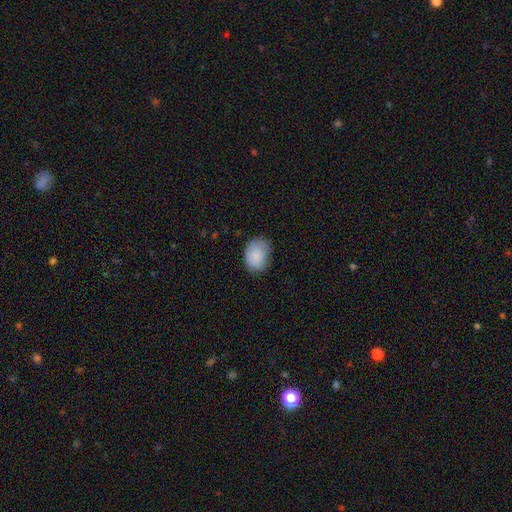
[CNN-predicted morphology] The model was most divided on "how rounded": in between: 63%, round: 36%, cigar-shaped: 1%. More confident: smooth or featured — smooth (87%); merging — none (72%).